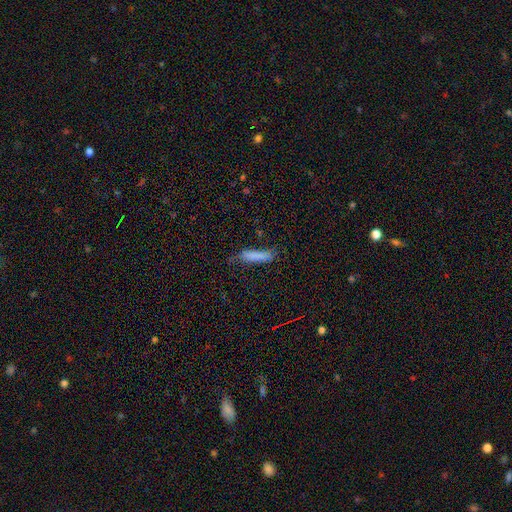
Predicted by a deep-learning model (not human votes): Smooth or featured?
  - smooth: 80% *
  - featured or disk: 12%
  - star or artifact: 8%
How rounded?
  - cigar-shaped: 82% *
  - in between: 16%
  - round: 2%
Merging?
  - none: 63% *
  - minor disturbance: 26%
  - major disturbance: 7%
  - merger: 3%